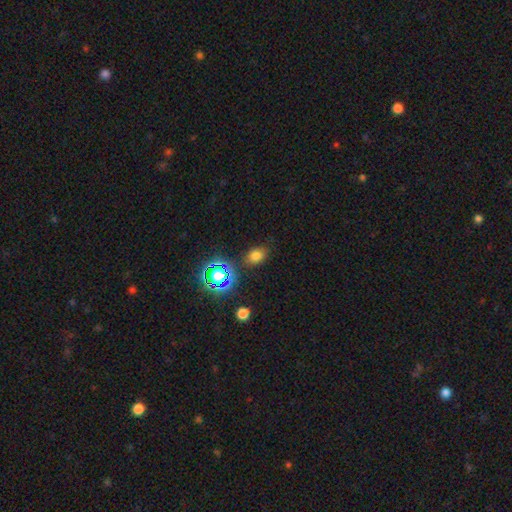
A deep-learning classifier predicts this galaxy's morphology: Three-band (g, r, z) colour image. It shows a smooth galaxy with no disk features (70%) that is in between round and cigar-shaped (68%). Merging: none (81%).